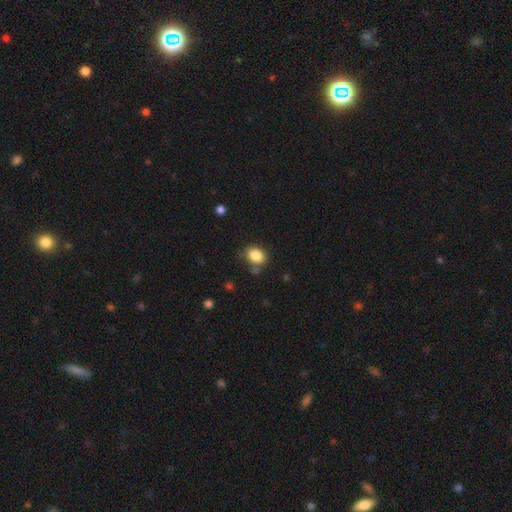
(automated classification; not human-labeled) A smooth galaxy with no disk features (85%) that is in between round and cigar-shaped (64%).

Vote fractions:
- Smooth or featured? smooth: 85% / star or artifact: 9% / featured or disk: 5%
- How rounded? in between: 64% / round: 35% / cigar-shaped: 1%
- Merging? none: 72% / minor disturbance: 17% / merger: 6% / major disturbance: 5%